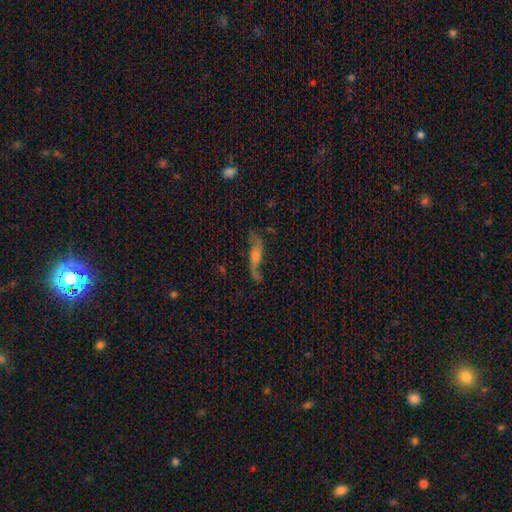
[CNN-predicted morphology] Smooth or featured: featured or disk — 70% (smooth — 20%)
Edge-on disk: no — 67% (yes — 33%)
Merging: none — 67% (minor disturbance — 19%)